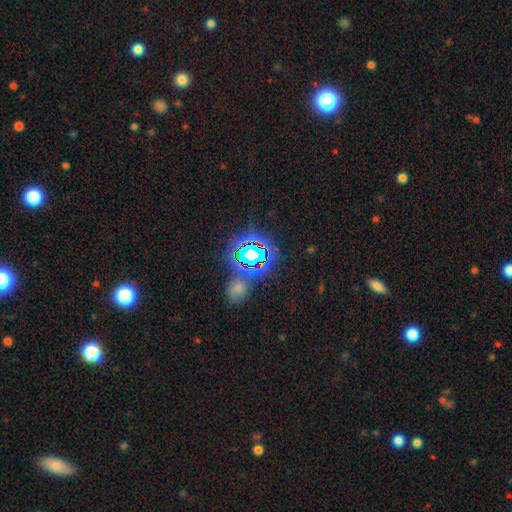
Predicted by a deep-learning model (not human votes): smooth-or-featured: star or artifact: 76% | smooth: 16% | featured or disk: 8%